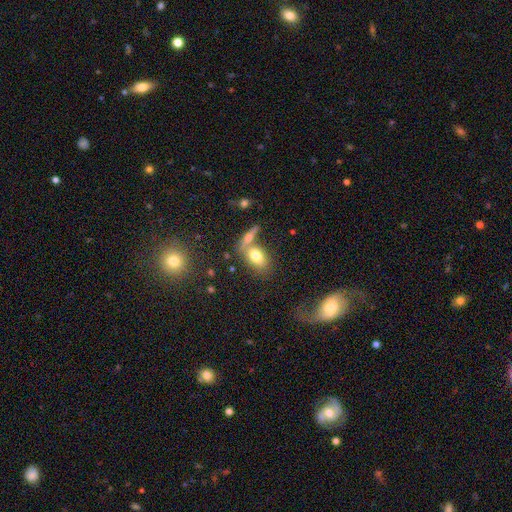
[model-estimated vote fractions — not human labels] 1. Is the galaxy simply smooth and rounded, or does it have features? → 73% smooth, 18% featured or disk, 9% star or artifact.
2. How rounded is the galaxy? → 85% in between, 11% round, 4% cigar-shaped.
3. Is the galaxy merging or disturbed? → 50% none, 33% merger, 12% minor disturbance, 6% major disturbance.